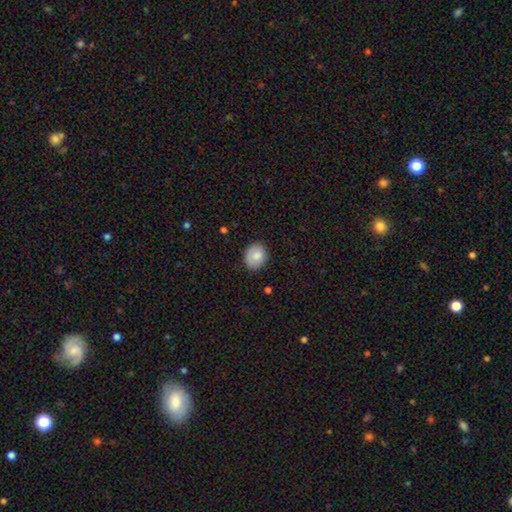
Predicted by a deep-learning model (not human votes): smooth 83%, featured or disk 10%, star or artifact 8%. Down the decision tree: how rounded — round (61%); merging — none (83%).